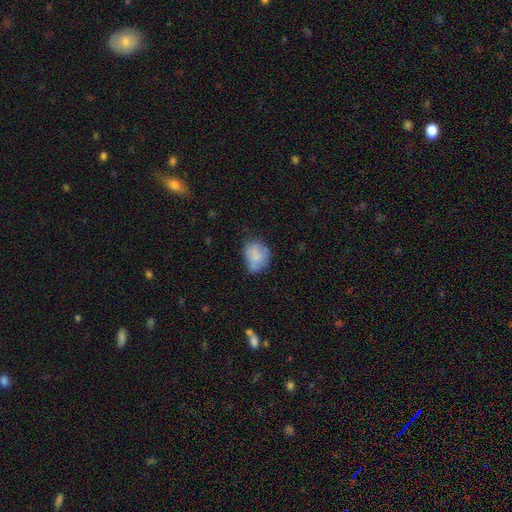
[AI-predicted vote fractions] The model was most divided on "merging": none: 46%, minor disturbance: 34%, major disturbance: 14%, merger: 6%. More confident: smooth or featured — smooth (72%); how rounded — in between (59%).